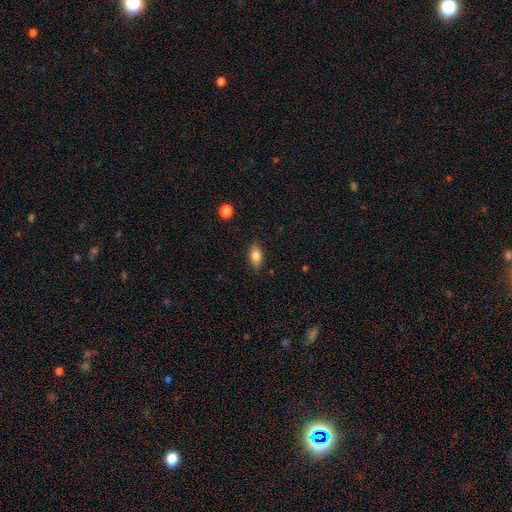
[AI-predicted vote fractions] Smooth or featured? smooth (78%)
How rounded? in between (84%)
Merging? none (84%)